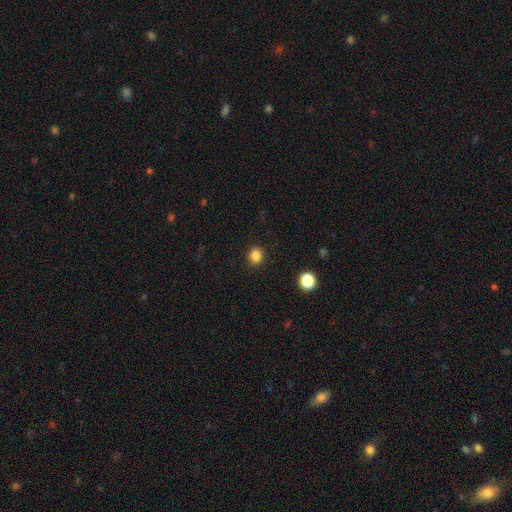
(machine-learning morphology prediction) This is clearly a smooth galaxy (85%). How rounded: likely round (78%). Merging: clearly none (91%).